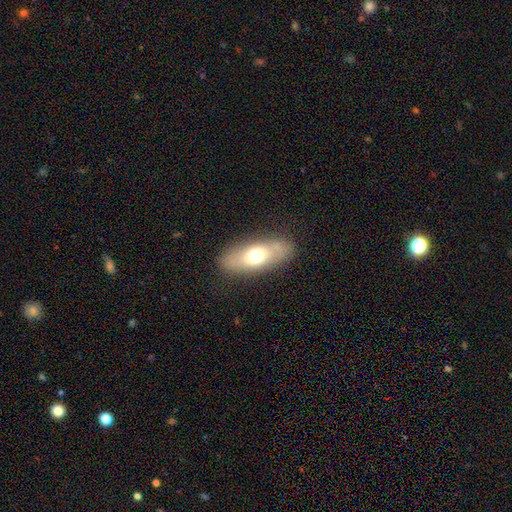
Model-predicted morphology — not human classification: type=smooth (62%); roundness=in between (75%); merging=none (83%).